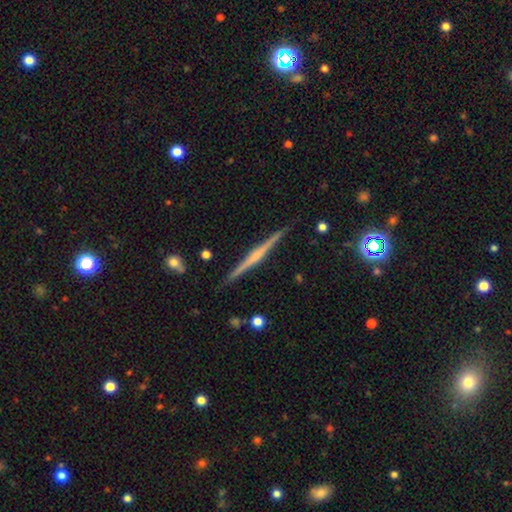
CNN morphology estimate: Smooth or featured: featured or disk — 81% (smooth — 13%)
Edge-on disk: yes — 99% (no — 1%)
Edge-on bulge: rounded — 71% (none — 19%)
Merging: none — 91% (minor disturbance — 6%)